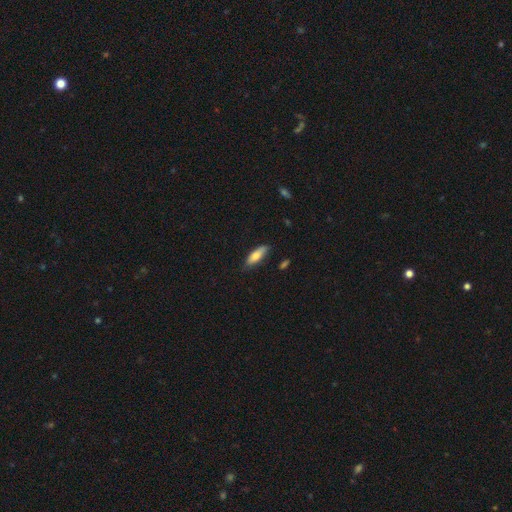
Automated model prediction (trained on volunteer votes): A smooth galaxy with no disk features (74%) that is in between round and cigar-shaped (55%).

Vote fractions:
- Smooth or featured? smooth: 74% / featured or disk: 19% / star or artifact: 6%
- How rounded? in between: 55% / cigar-shaped: 43% / round: 2%
- Merging? none: 78% / minor disturbance: 17% / major disturbance: 3% / merger: 2%